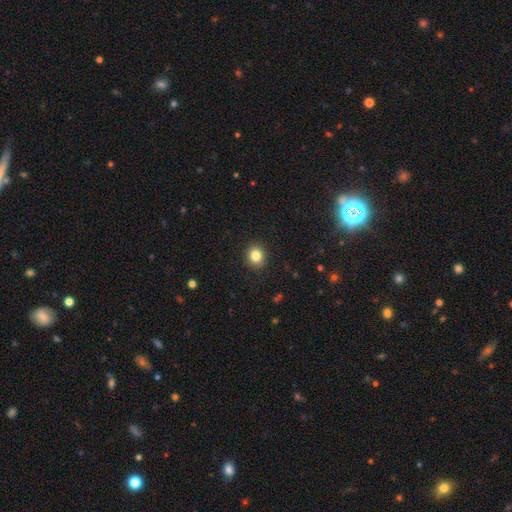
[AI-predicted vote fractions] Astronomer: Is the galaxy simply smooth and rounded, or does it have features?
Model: smooth — 84%.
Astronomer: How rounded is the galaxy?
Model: round — 81%.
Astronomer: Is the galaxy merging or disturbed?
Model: none — 91%.